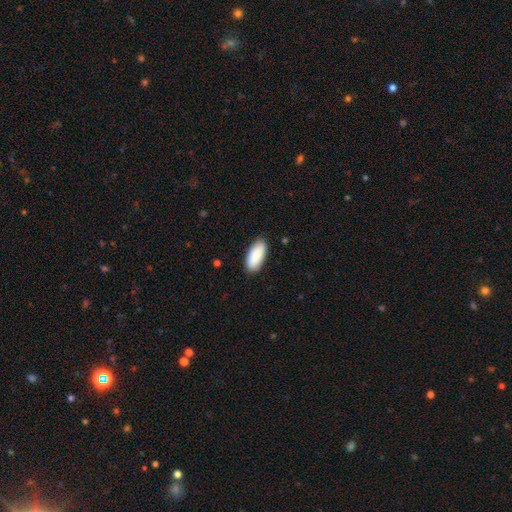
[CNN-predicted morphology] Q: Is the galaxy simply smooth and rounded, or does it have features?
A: smooth — 90%.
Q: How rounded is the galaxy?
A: in between — 91%.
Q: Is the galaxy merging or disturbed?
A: none — 86%.